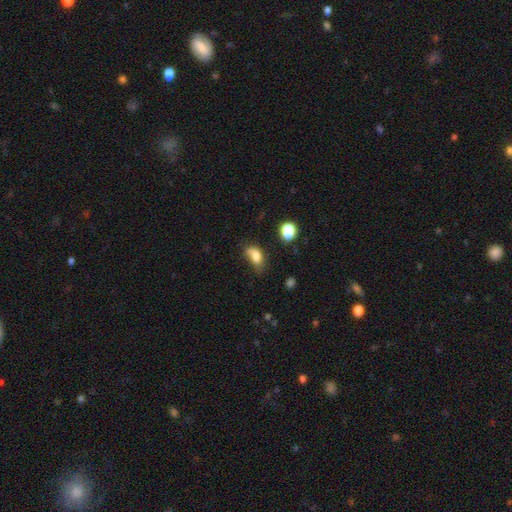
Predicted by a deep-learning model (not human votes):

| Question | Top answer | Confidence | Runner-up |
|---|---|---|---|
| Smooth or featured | smooth | 75% | featured or disk (14%) |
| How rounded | in between | 80% | round (17%) |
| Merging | none | 34% | minor disturbance (32%) |